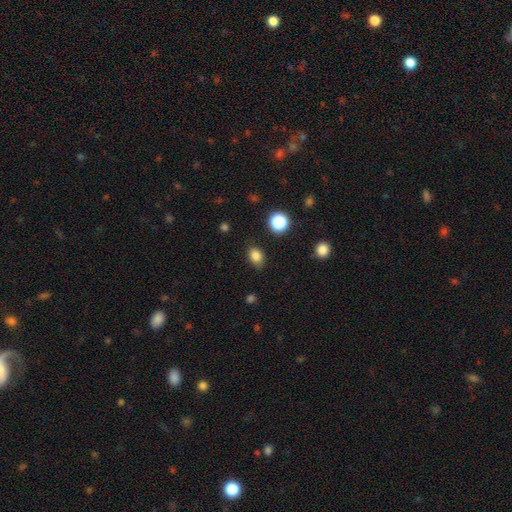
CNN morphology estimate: smooth 83%, star or artifact 12%, featured or disk 5%. Down the decision tree: how rounded — in between (67%); merging — none (82%).